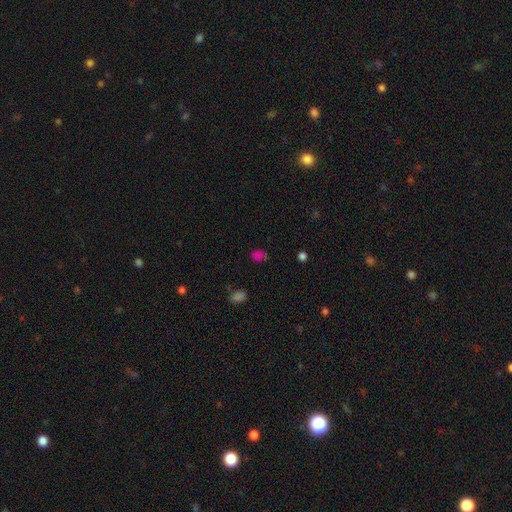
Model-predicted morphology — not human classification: smooth_or_featured: smooth (p=0.67) [alt: star or artifact p=0.27]
how_rounded: in between (p=0.55) [alt: round p=0.43]
merging: none (p=0.69) [alt: minor disturbance p=0.20]